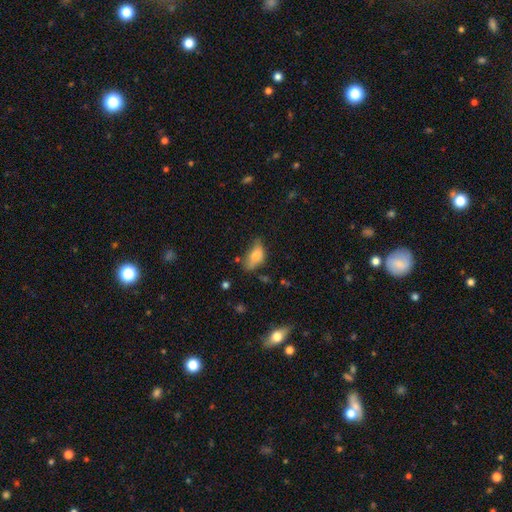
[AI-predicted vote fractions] Q: Smooth or featured?
A: smooth (74%); runner-up: featured or disk (17%)
Q: How rounded?
A: in between (89%); runner-up: round (6%)
Q: Merging?
A: none (39%); runner-up: minor disturbance (38%)